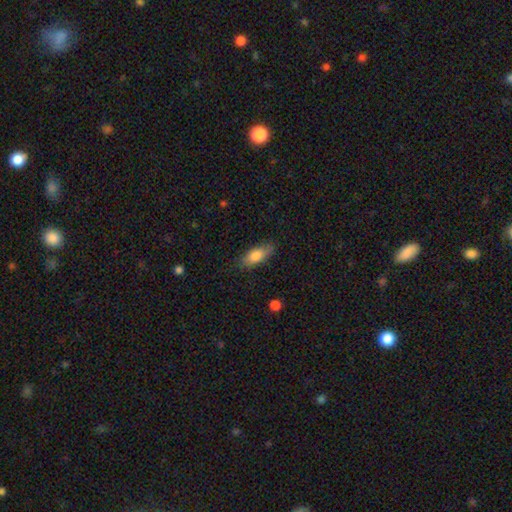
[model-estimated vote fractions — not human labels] Morphology: type=smooth (79%); roundness=in between (75%); merging=none (78%).